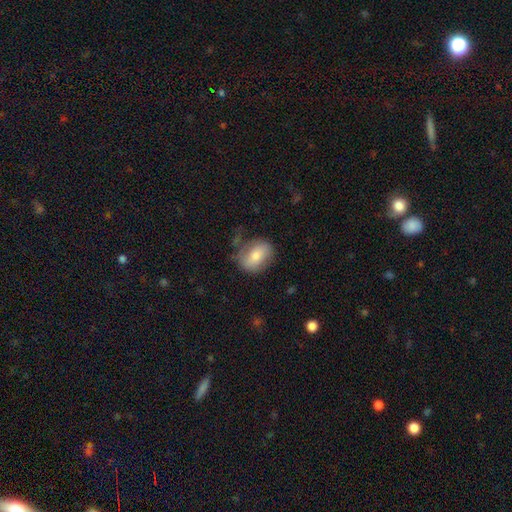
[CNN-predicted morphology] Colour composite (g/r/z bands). It shows a smooth galaxy with no disk features (67%) that is in between round and cigar-shaped (72%). Merging: none (59%).